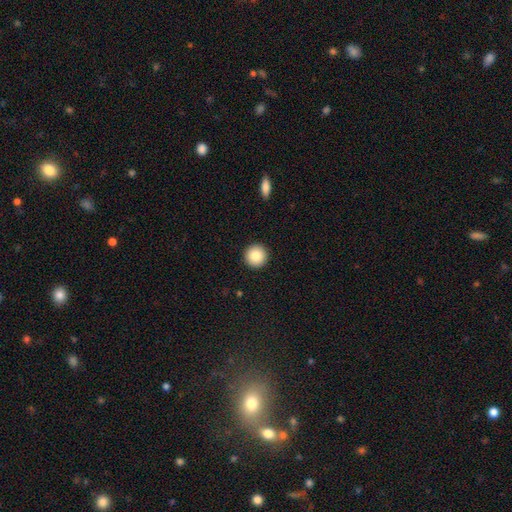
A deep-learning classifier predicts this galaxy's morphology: A smooth galaxy with no disk features (86%) that is round (96%).

Vote fractions:
- Smooth or featured? smooth: 86% / star or artifact: 8% / featured or disk: 6%
- How rounded? round: 96% / in between: 4% / cigar-shaped: 1%
- Merging? none: 93% / minor disturbance: 4% / major disturbance: 1% / merger: 1%